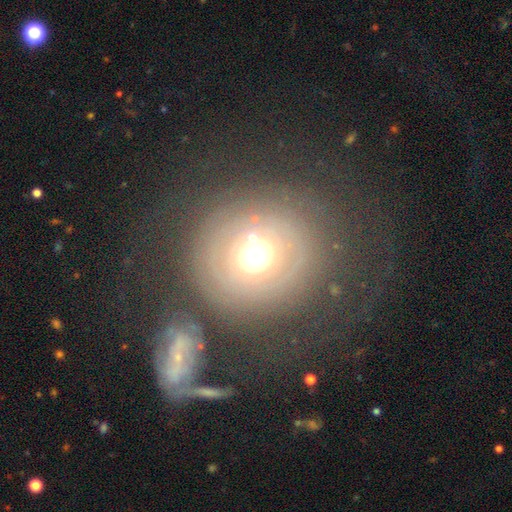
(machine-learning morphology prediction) Overall: featured or disk (46%; smooth 42%). Merging: none (61%).